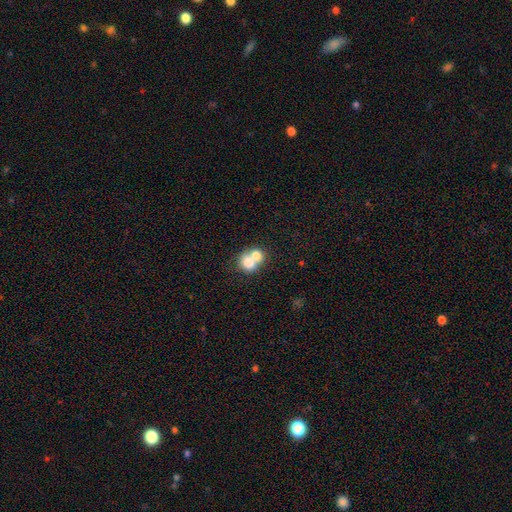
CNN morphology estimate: The model was most divided on "how rounded": round: 62%, in between: 37%, cigar-shaped: 1%. More confident: smooth or featured — smooth (71%); merging — merger (71%).